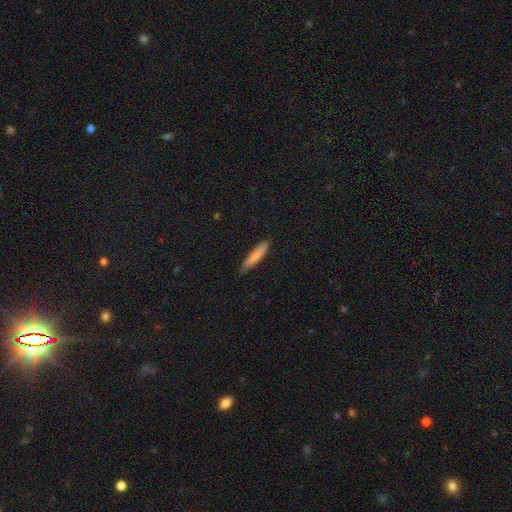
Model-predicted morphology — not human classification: Smooth or featured? Predicted: smooth (p=0.75). How rounded? Predicted: cigar-shaped (p=0.85). Merging? Predicted: none (p=0.82).